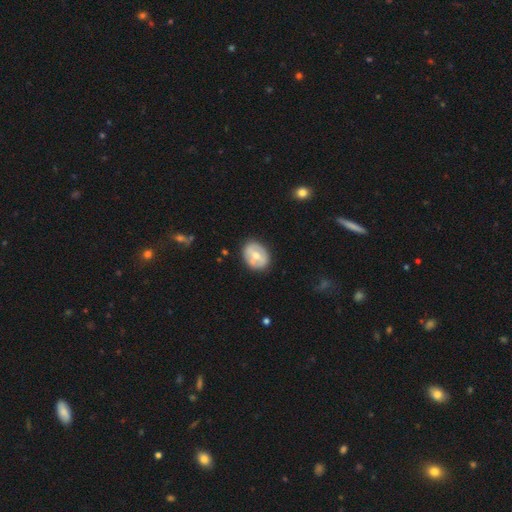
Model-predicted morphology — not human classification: featured or disk 49%, smooth 45%, star or artifact 6%. Down the decision tree: merging — none (79%).